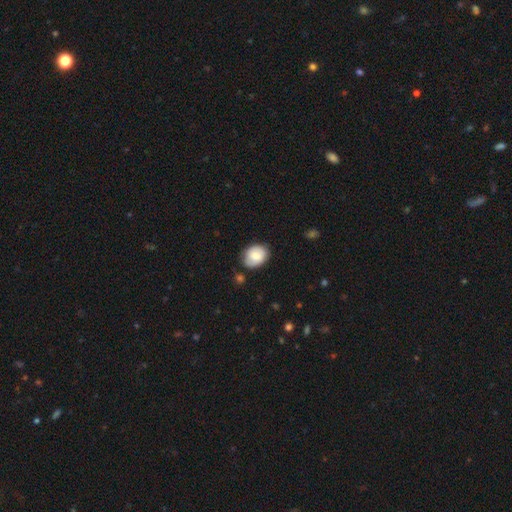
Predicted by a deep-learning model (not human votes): This appears to be a smooth galaxy with no disk features (76%) that is in between round and cigar-shaped (59%). Merging: none (74%).